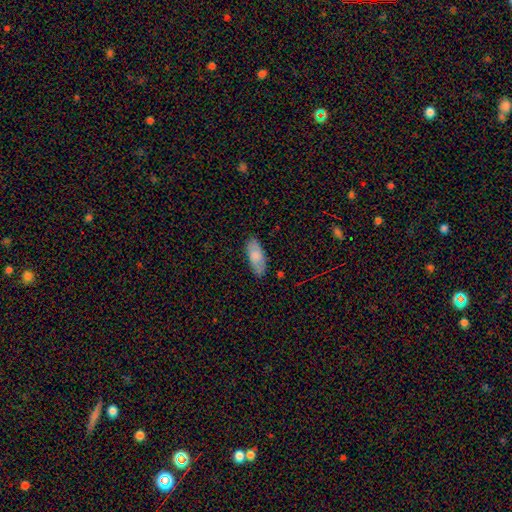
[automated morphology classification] Smooth or featured? smooth (79%)
How rounded? in between (82%)
Merging? none (82%)